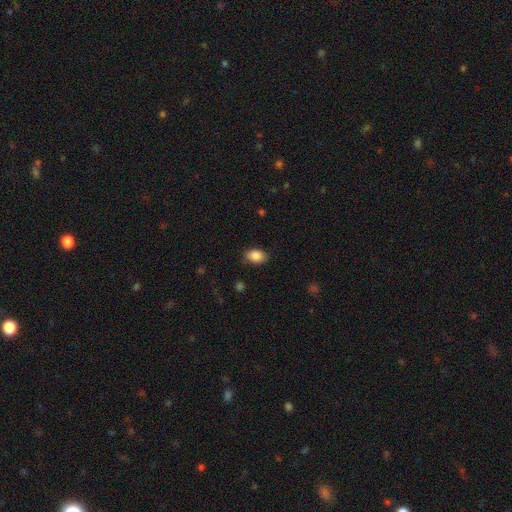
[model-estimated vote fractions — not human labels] Smooth or featured? Predicted: smooth (p=0.87). How rounded? Predicted: in between (p=0.84). Merging? Predicted: none (p=0.84).